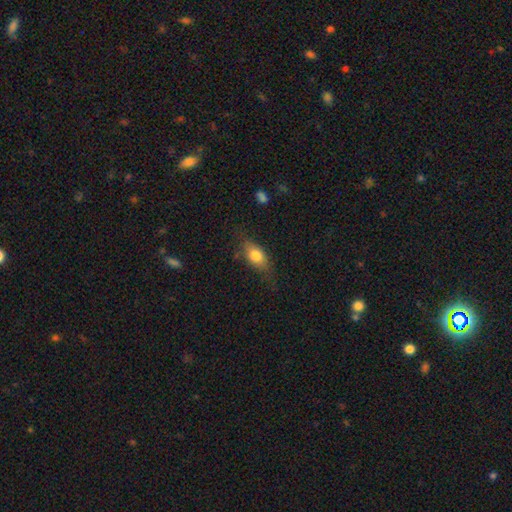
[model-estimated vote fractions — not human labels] smooth 76%, featured or disk 17%, star or artifact 8%. Down the decision tree: how rounded — in between (81%); merging — none (68%).